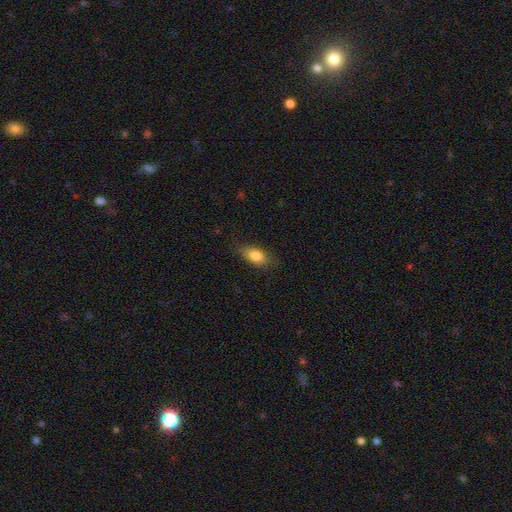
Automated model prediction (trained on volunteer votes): Smooth or featured: smooth — 83% (featured or disk — 9%)
How rounded: in between — 86% (cigar-shaped — 7%)
Merging: none — 79% (minor disturbance — 16%)